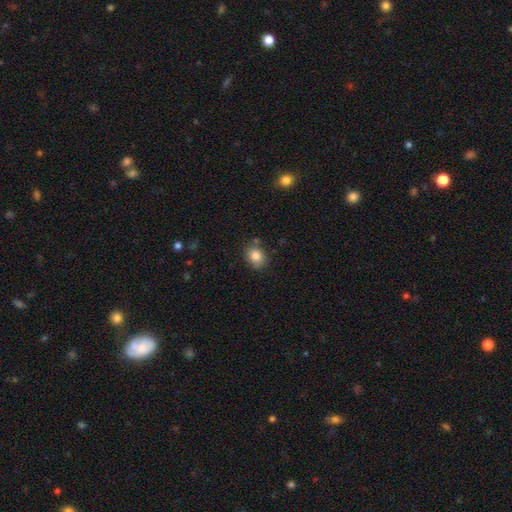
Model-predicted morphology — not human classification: smooth-or-featured: smooth: 83% | star or artifact: 10% | featured or disk: 8%
  how-rounded: round: 50% | in between: 49% | cigar-shaped: 1%
  merging: none: 76% | minor disturbance: 15% | merger: 6% | major disturbance: 3%